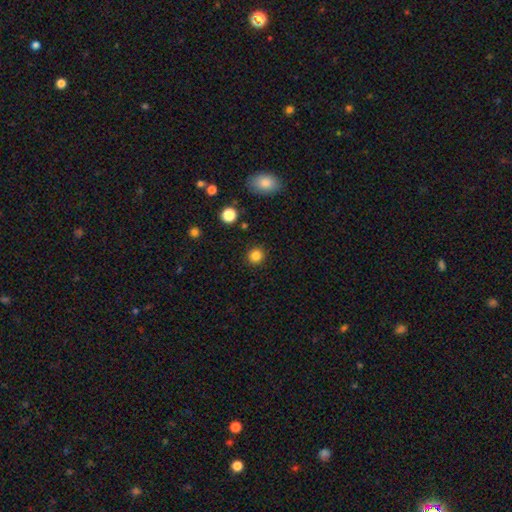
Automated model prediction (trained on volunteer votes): smooth 84%, star or artifact 12%, featured or disk 4%. Down the decision tree: how rounded — round (92%); merging — none (91%).